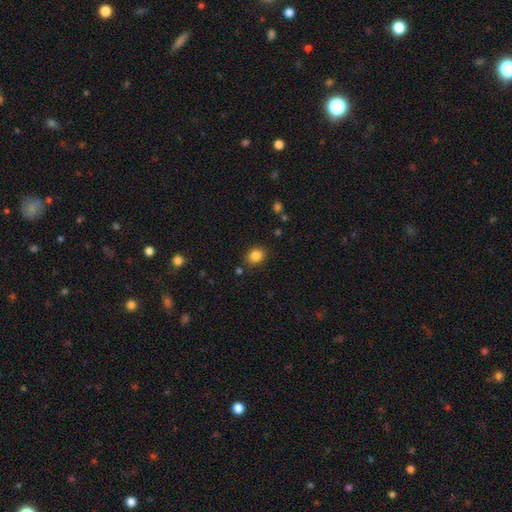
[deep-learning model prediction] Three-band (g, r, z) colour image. It shows a smooth galaxy with no disk features (84%) that is round (63%). Merging: none (84%).